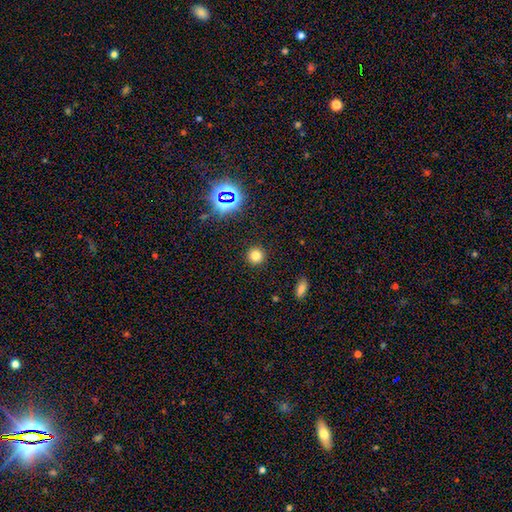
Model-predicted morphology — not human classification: smooth_or_featured: smooth (p=0.76) [alt: star or artifact p=0.18]
how_rounded: round (p=0.94) [alt: in between p=0.05]
merging: none (p=0.92) [alt: minor disturbance p=0.05]